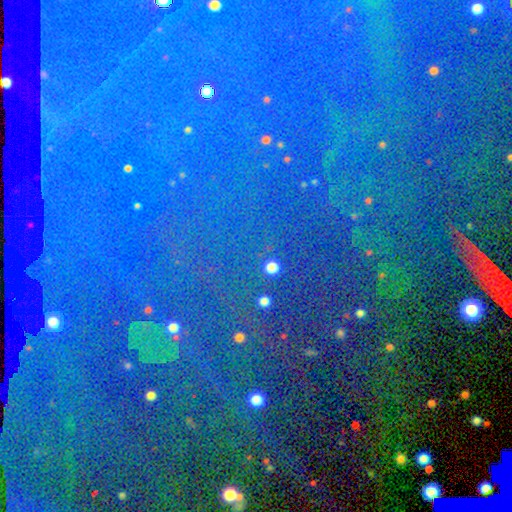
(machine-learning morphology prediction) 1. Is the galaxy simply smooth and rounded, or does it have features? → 83% star or artifact, 9% smooth, 8% featured or disk.